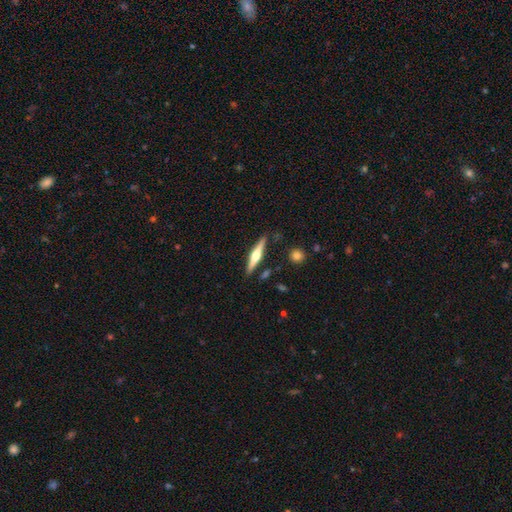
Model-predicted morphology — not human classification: Smooth or featured? Predicted: featured or disk (p=0.68). Edge-on disk? Predicted: yes (p=0.97). Edge-on bulge? Predicted: rounded (p=0.92). Merging? Predicted: none (p=0.87).